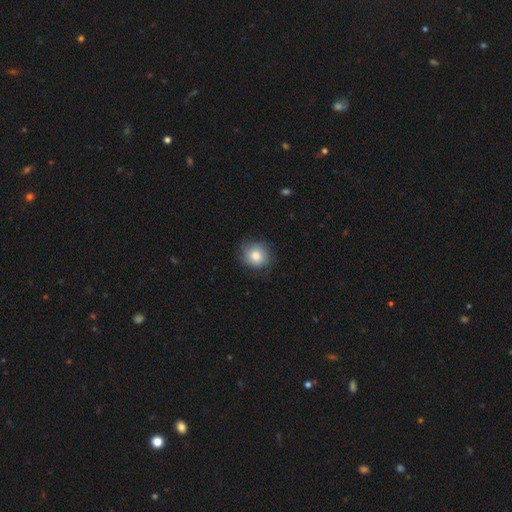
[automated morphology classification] type=smooth (79%); roundness=round (86%); merging=none (75%).